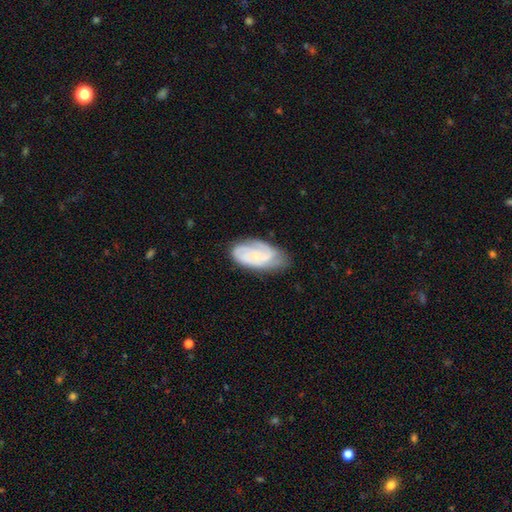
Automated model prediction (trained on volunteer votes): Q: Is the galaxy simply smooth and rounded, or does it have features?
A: featured or disk — 64%.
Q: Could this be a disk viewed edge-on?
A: no — 95%.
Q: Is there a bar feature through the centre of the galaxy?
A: no — 69%.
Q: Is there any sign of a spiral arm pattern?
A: yes — 90%.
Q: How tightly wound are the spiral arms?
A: tight — 55%.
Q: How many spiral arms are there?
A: can't tell — 36%.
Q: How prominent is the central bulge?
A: small — 71%.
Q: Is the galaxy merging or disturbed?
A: none — 65%.